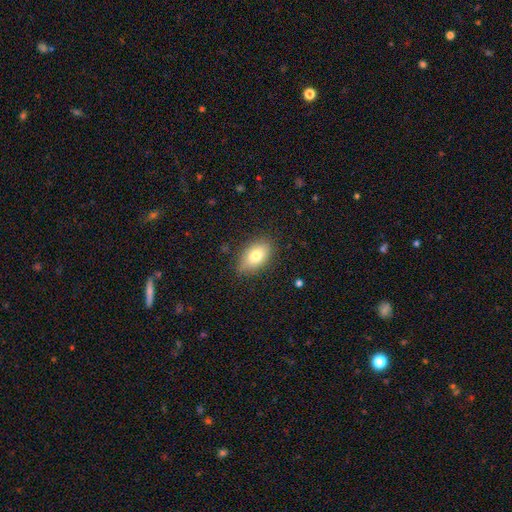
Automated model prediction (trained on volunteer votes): Smooth or featured: smooth — 76% (featured or disk — 15%)
How rounded: in between — 88% (round — 9%)
Merging: none — 80% (minor disturbance — 15%)